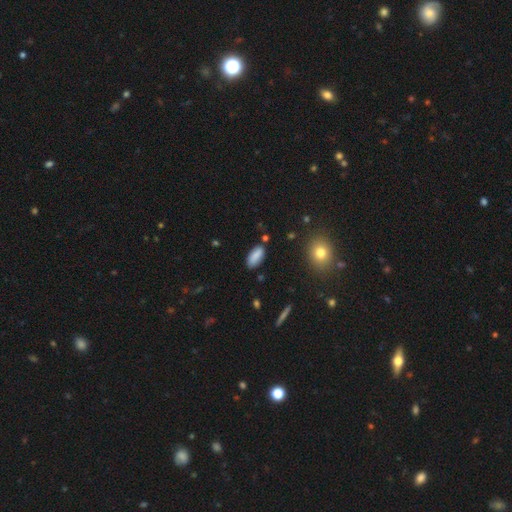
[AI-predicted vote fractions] Morphology: type=smooth (86%); roundness=in between (89%); merging=none (81%).